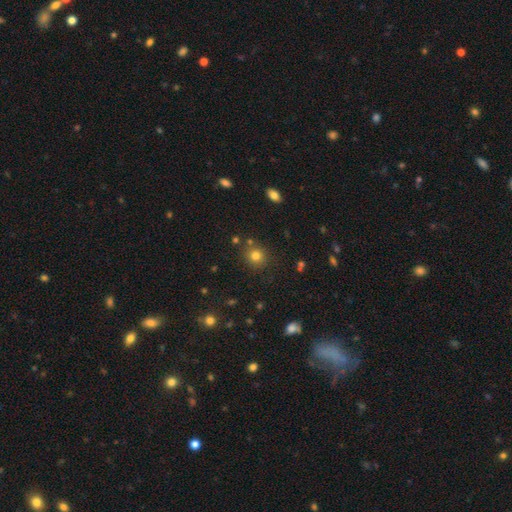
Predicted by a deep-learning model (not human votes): The model was most divided on "smooth or featured": smooth: 78%, star or artifact: 15%, featured or disk: 7%. More confident: how rounded — round (88%); merging — none (82%).